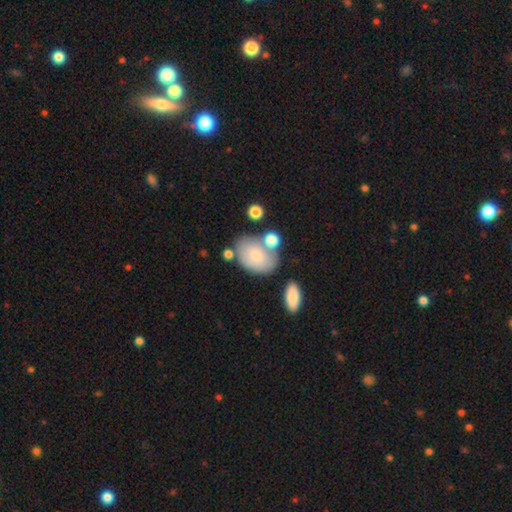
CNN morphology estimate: This is likely a smooth galaxy (72%). How rounded: likely in between (80%). Merging: possibly none (54%).